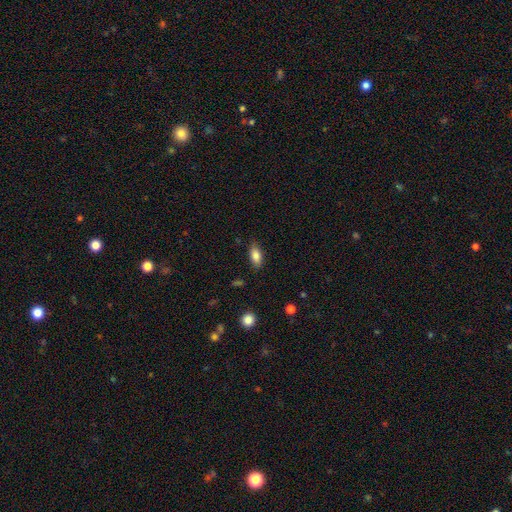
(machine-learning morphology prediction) A smooth galaxy with no disk features (84%) that is in between round and cigar-shaped (88%).

Vote fractions:
- Smooth or featured? smooth: 84% / featured or disk: 8% / star or artifact: 8%
- How rounded? in between: 88% / cigar-shaped: 8% / round: 5%
- Merging? none: 82% / minor disturbance: 14% / major disturbance: 3% / merger: 1%